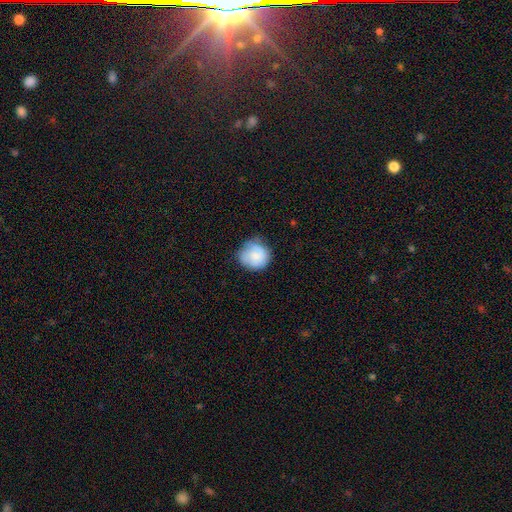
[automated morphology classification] This is likely a smooth galaxy (73%). How rounded: clearly round (88%). Merging: likely none (63%).